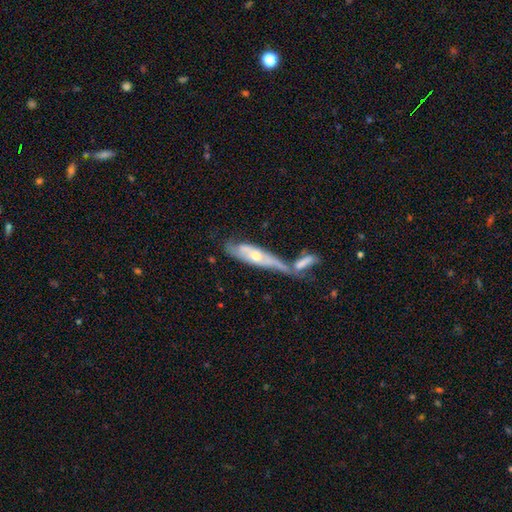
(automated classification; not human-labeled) Smooth or featured? Predicted: featured or disk (p=0.64). Edge-on disk? Predicted: no (p=0.61). Merging? Predicted: merger (p=0.43).